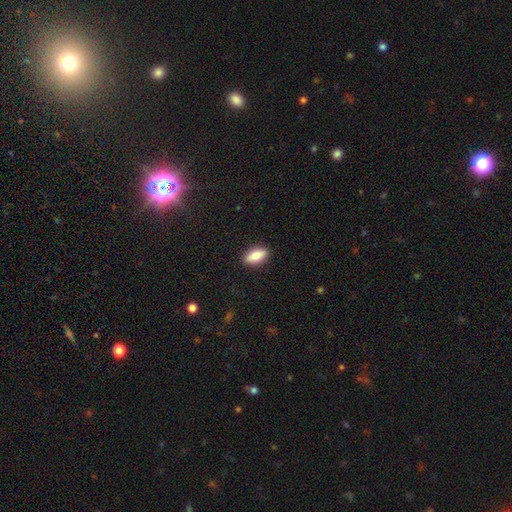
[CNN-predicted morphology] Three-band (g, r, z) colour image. It shows a smooth galaxy with no disk features (78%) that is in between round and cigar-shaped (83%). Merging: none (89%).